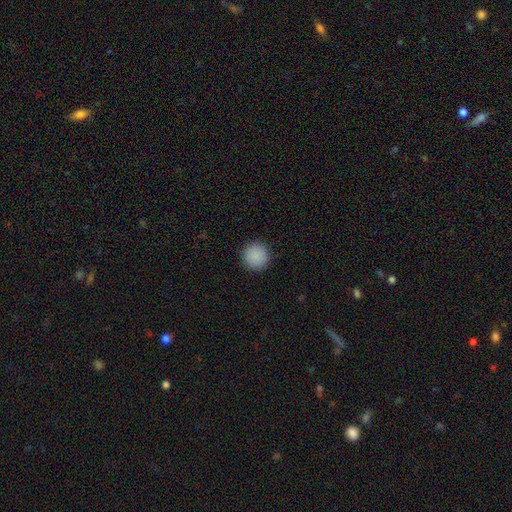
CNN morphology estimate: Smooth or featured? Predicted: smooth (p=0.89). How rounded? Predicted: round (p=0.96). Merging? Predicted: none (p=0.93).